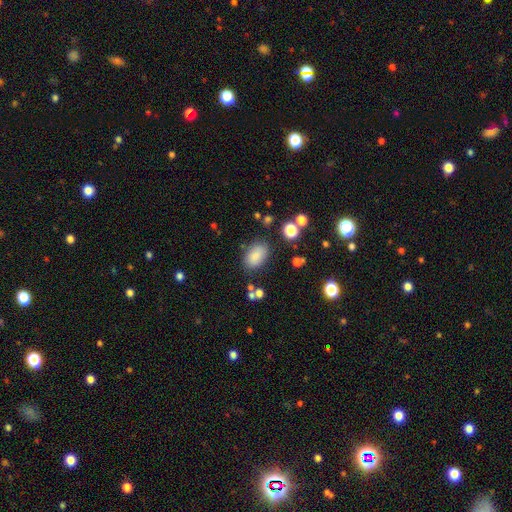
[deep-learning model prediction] Smooth or featured: smooth — 84% (star or artifact — 9%)
How rounded: in between — 88% (round — 10%)
Merging: none — 78% (minor disturbance — 14%)